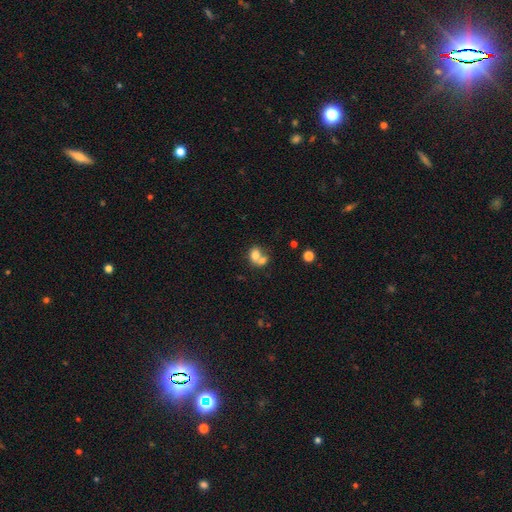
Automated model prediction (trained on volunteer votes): A smooth galaxy with no disk features (71%) that is in between round and cigar-shaped (54%). Merging: merger (67%).